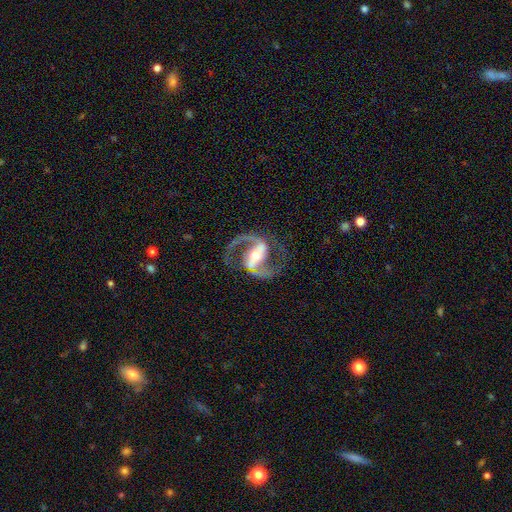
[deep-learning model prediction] Smooth or featured?
  - featured or disk: 92% *
  - star or artifact: 4%
  - smooth: 4%
Edge-on disk?
  - no: 97% *
  - yes: 3%
Bar?
  - strong: 66% *
  - weak: 24%
  - no: 10%
Spiral arms?
  - yes: 97% *
  - no: 3%
Spiral winding?
  - medium: 61% *
  - loose: 26%
  - tight: 13%
Spiral arm count?
  - 2: 94% *
  - 1: 2%
  - can't tell: 2%
  - 3: 1%
  - 4: 1%
  - more than 4: 1%
Bulge size?
  - moderate: 53% *
  - small: 35%
  - large: 9%
  - none: 2%
  - dominant: 1%
Merging?
  - none: 79% *
  - minor disturbance: 11%
  - major disturbance: 8%
  - merger: 2%